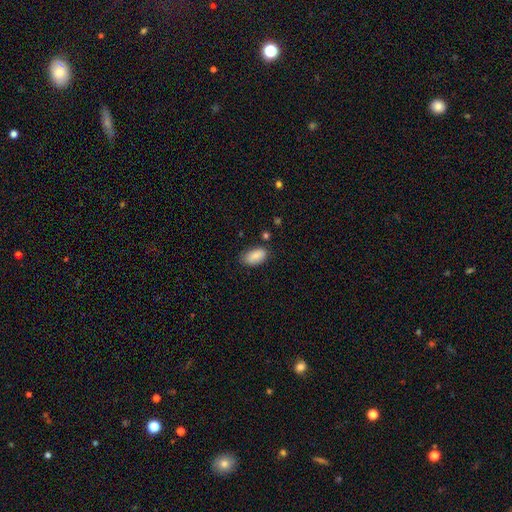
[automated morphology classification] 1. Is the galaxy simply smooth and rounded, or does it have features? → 87% smooth, 7% star or artifact, 6% featured or disk.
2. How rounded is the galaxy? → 93% in between, 4% round, 3% cigar-shaped.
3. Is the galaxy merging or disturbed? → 77% none, 17% minor disturbance, 3% major disturbance, 3% merger.